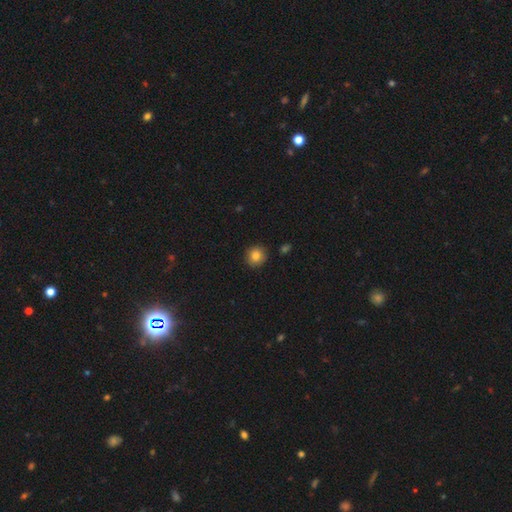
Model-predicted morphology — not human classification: type=smooth (84%); roundness=round (90%); merging=none (88%).